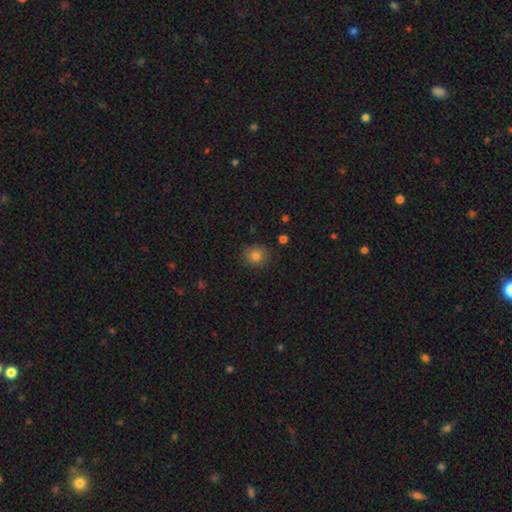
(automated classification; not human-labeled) smooth-or-featured: smooth: 81% | star or artifact: 12% | featured or disk: 7%
  how-rounded: round: 80% | in between: 19% | cigar-shaped: 1%
  merging: none: 85% | minor disturbance: 11% | major disturbance: 3% | merger: 1%